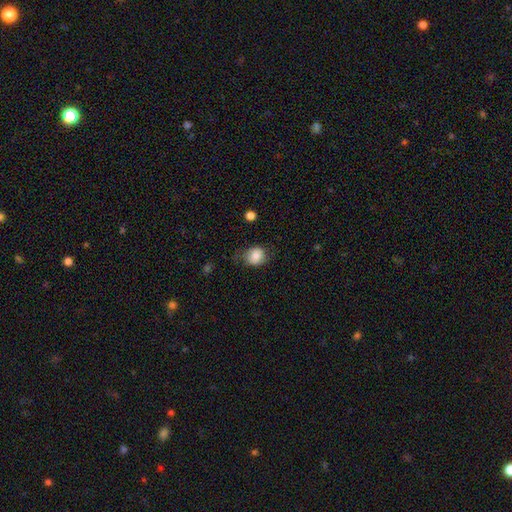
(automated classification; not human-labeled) smooth 82%, featured or disk 9%, star or artifact 9%. Down the decision tree: how rounded — round (74%); merging — none (66%).